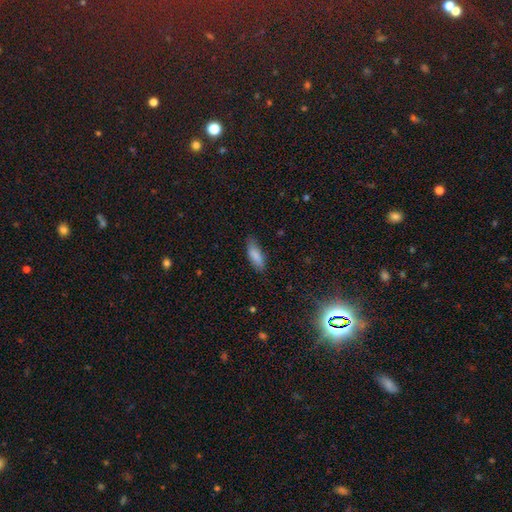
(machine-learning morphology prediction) Overall: smooth (83%). How rounded: in between (68%; cigar-shaped 30%). Merging: none (75%).